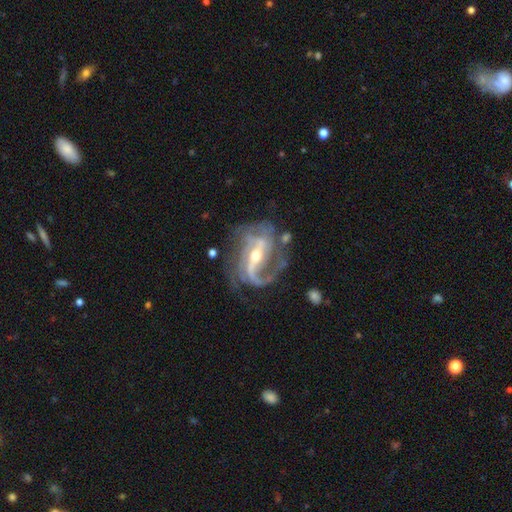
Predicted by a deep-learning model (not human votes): This appears to be a featured or disk galaxy (91%) with a strong bar (55%), 2 (59%) medium (47%) spiral arms (97%) and a small central bulge (49%). Merging: none (58%).